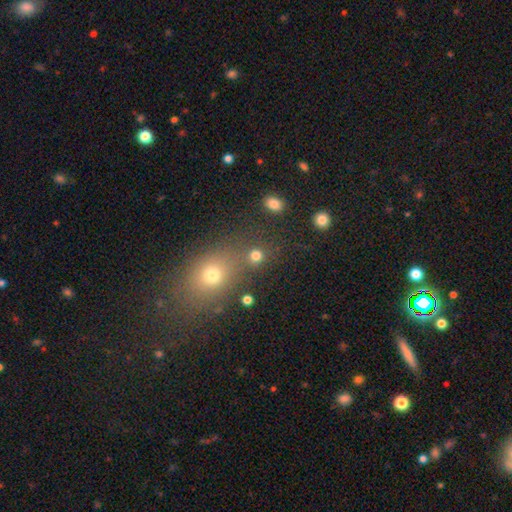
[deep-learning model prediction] Smooth or featured? smooth (78%)
How rounded? round (84%)
Merging? none (67%)